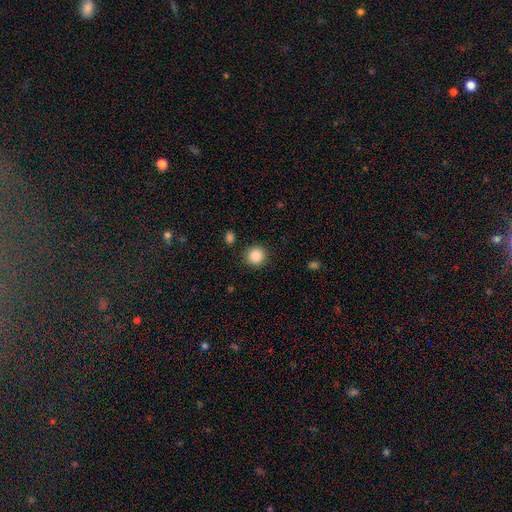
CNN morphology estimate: Smooth or featured? Predicted: smooth (p=0.87). How rounded? Predicted: round (p=0.93). Merging? Predicted: none (p=0.88).